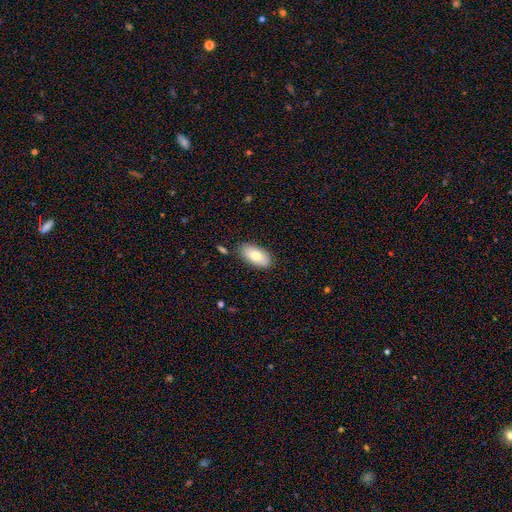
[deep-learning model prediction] Smooth or featured? Predicted: smooth (p=0.76). How rounded? Predicted: in between (p=0.92). Merging? Predicted: none (p=0.83).